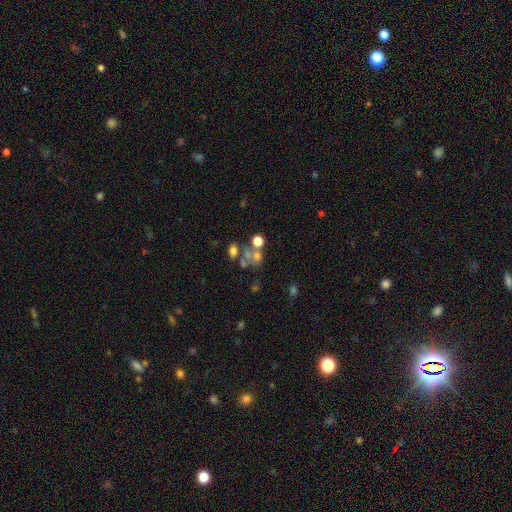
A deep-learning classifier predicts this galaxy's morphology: A smooth galaxy with no disk features (45%).

Vote fractions:
- Smooth or featured? smooth: 45% / star or artifact: 28% / featured or disk: 27%
- Merging? merger: 42% / none: 37% / major disturbance: 11% / minor disturbance: 10%